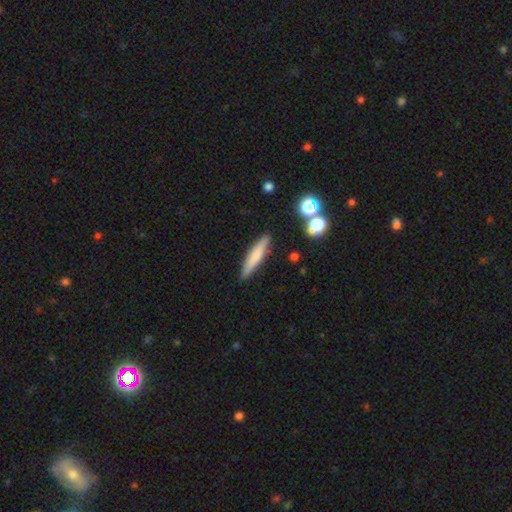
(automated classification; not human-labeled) smooth_or_featured: smooth (p=0.67) [alt: featured or disk p=0.26]
how_rounded: cigar-shaped (p=0.89) [alt: in between p=0.10]
merging: none (p=0.87) [alt: minor disturbance p=0.09]